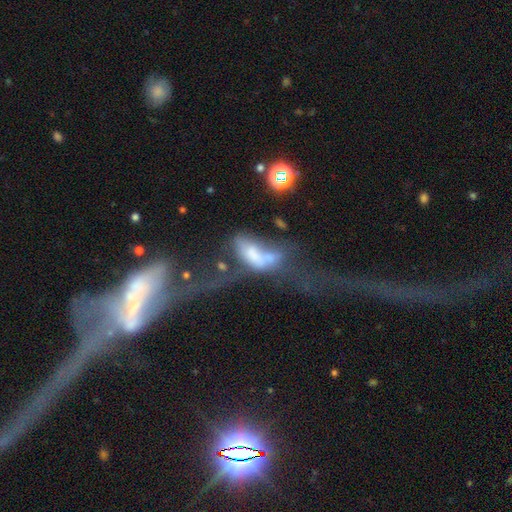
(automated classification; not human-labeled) A featured or disk galaxy (43%).

Vote fractions:
- Smooth or featured? featured or disk: 43% / smooth: 42% / star or artifact: 14%
- Merging? merger: 45% / major disturbance: 40% / none: 9% / minor disturbance: 7%